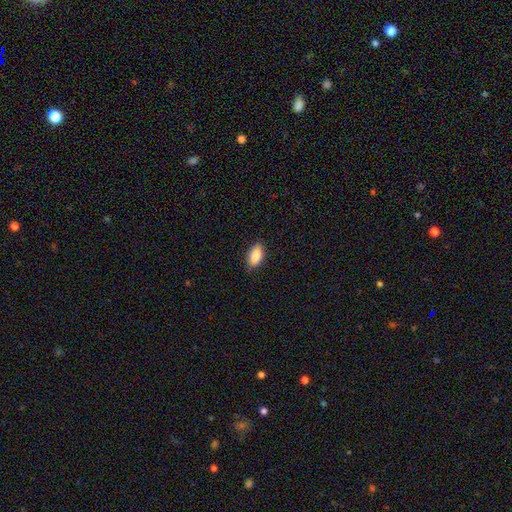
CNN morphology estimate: Q: Smooth or featured?
A: smooth (89%); runner-up: star or artifact (7%)
Q: How rounded?
A: in between (91%); runner-up: cigar-shaped (5%)
Q: Merging?
A: none (84%); runner-up: minor disturbance (13%)